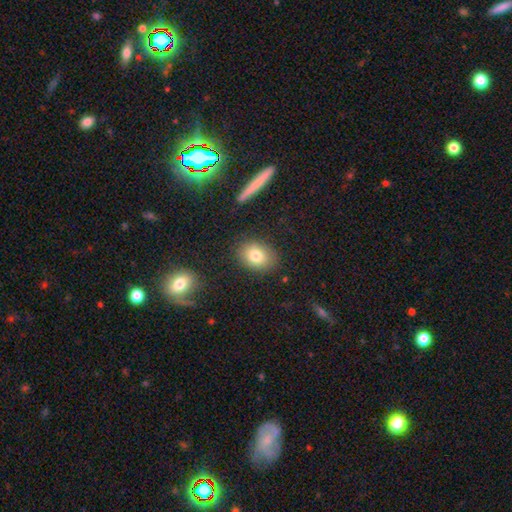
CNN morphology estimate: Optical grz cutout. It shows a smooth galaxy with no disk features (79%) that is in between round and cigar-shaped (66%). Merging: none (84%).